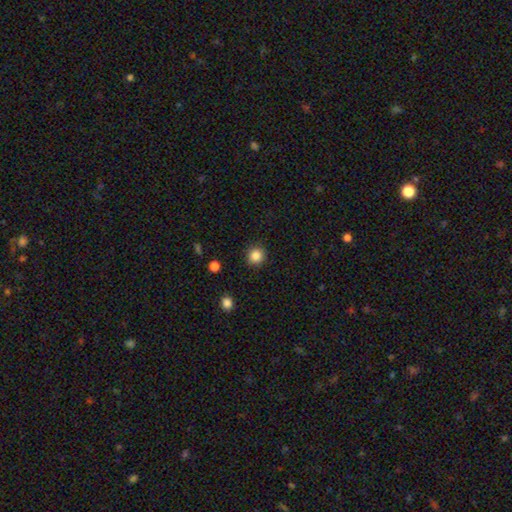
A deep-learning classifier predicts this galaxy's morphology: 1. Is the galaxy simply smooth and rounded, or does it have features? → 85% smooth, 11% star or artifact, 4% featured or disk.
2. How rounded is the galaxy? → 93% round, 6% in between, 1% cigar-shaped.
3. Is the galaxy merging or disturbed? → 91% none, 6% minor disturbance, 2% major disturbance, 1% merger.